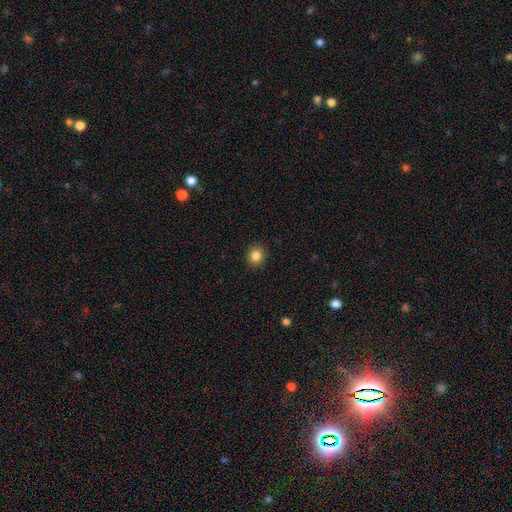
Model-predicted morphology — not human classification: Smooth or featured? Predicted: smooth (p=0.84). How rounded? Predicted: round (p=0.82). Merging? Predicted: none (p=0.91).